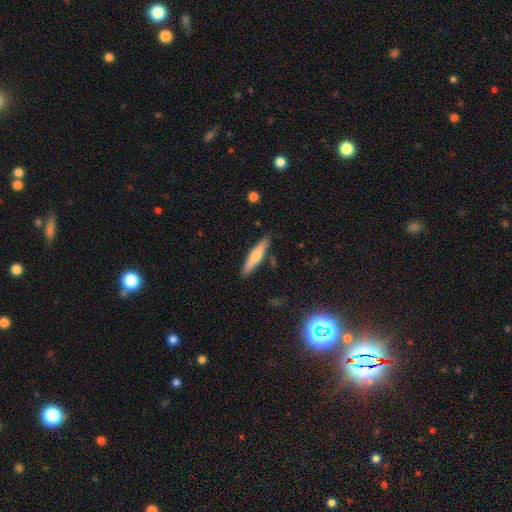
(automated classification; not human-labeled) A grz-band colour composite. It shows a smooth galaxy with no disk features (61%) that is cigar-shaped (86%). Merging: none (87%).